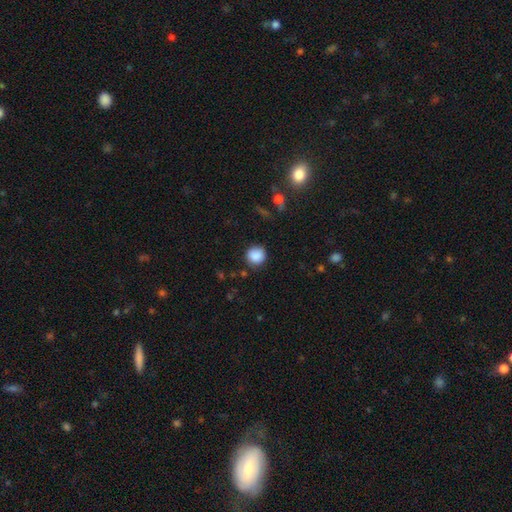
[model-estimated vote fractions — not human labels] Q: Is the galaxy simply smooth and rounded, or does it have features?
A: smooth — 87%.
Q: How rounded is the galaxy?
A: round — 91%.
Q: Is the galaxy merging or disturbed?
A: none — 86%.